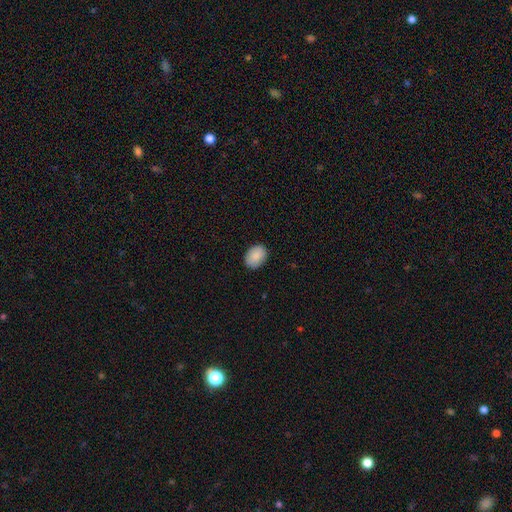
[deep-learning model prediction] This appears to be a smooth galaxy with no disk features (89%) that is in between round and cigar-shaped (76%). Merging: none (87%).